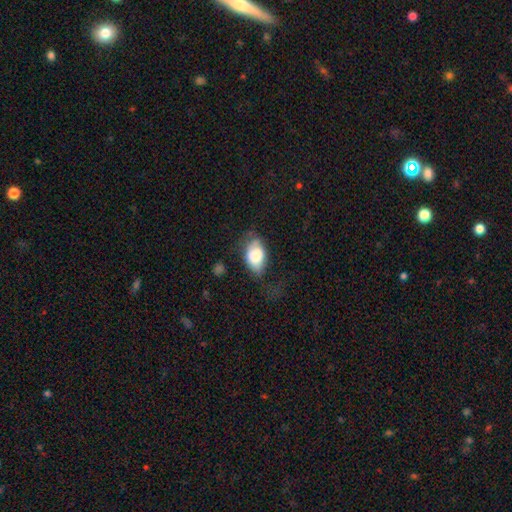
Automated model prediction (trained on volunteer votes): smooth 77%, featured or disk 16%, star or artifact 7%. Down the decision tree: how rounded — in between (90%); merging — none (46%).